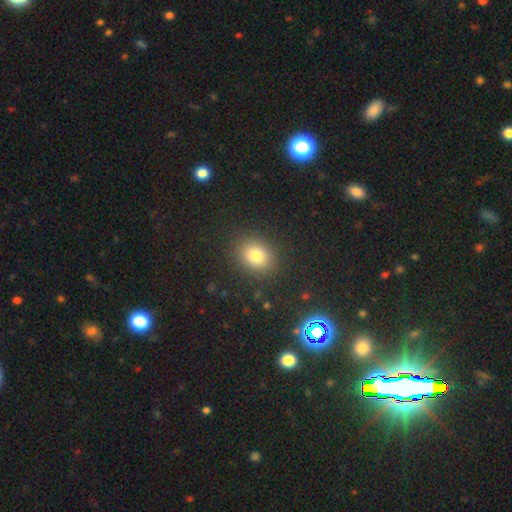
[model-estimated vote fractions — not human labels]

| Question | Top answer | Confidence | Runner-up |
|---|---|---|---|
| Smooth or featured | smooth | 79% | star or artifact (14%) |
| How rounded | round | 64% | in between (35%) |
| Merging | none | 87% | minor disturbance (8%) |